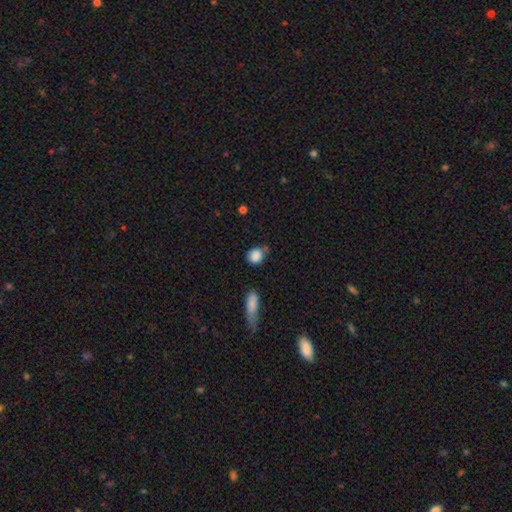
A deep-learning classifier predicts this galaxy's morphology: Smooth or featured?
  - smooth: 85% *
  - star or artifact: 9%
  - featured or disk: 6%
How rounded?
  - round: 62% *
  - in between: 36%
  - cigar-shaped: 2%
Merging?
  - none: 57% *
  - minor disturbance: 26%
  - merger: 10%
  - major disturbance: 6%